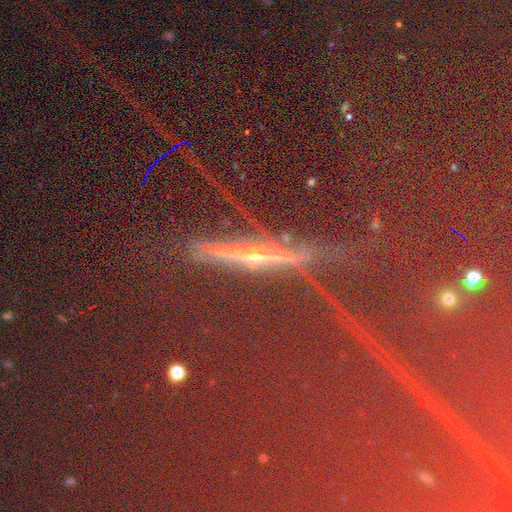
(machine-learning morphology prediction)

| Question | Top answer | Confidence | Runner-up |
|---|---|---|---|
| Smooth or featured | star or artifact | 46% | featured or disk (35%) |